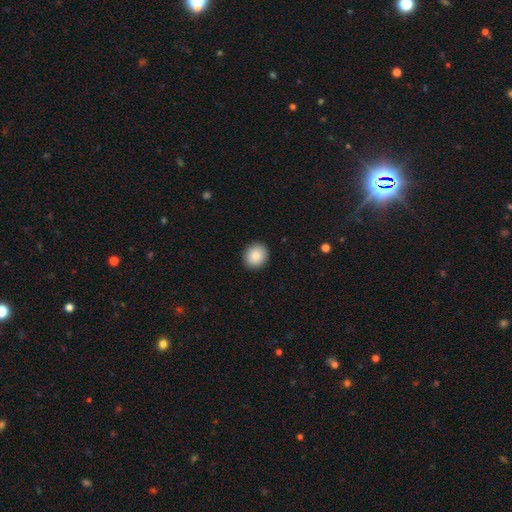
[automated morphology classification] Q: Smooth or featured?
A: smooth (88%); runner-up: star or artifact (7%)
Q: How rounded?
A: round (77%); runner-up: in between (22%)
Q: Merging?
A: none (91%); runner-up: minor disturbance (6%)